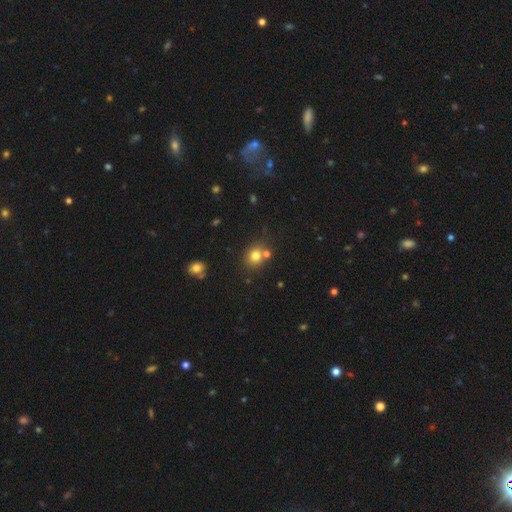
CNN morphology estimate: Smooth or featured?
  - smooth: 77% *
  - star or artifact: 15%
  - featured or disk: 9%
How rounded?
  - round: 75% *
  - in between: 24%
  - cigar-shaped: 1%
Merging?
  - none: 68% *
  - merger: 19%
  - minor disturbance: 10%
  - major disturbance: 3%